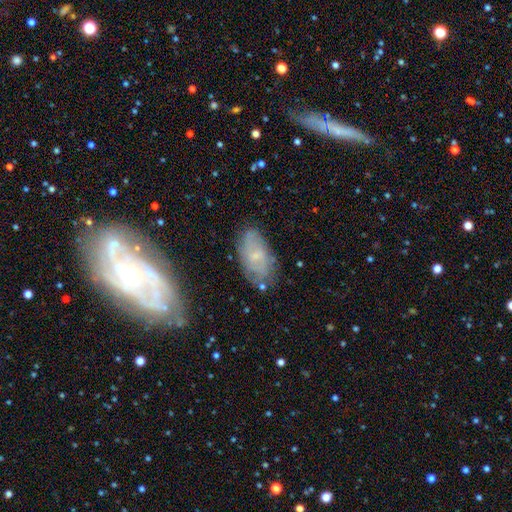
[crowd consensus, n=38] Smooth or featured? featured or disk (71%)
Edge-on disk? no (96%)
Bar? weak (54%)
Spiral arms? yes (81%)
Spiral winding? medium (57%)
Spiral arm count? 2 (43%)
Bulge size? small (65%)
Merging? none (63%)